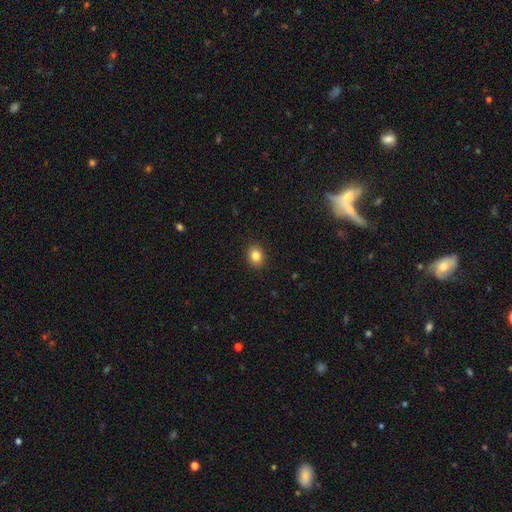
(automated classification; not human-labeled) This appears to be a smooth galaxy with no disk features (84%) that is round (58%). Merging: none (91%).